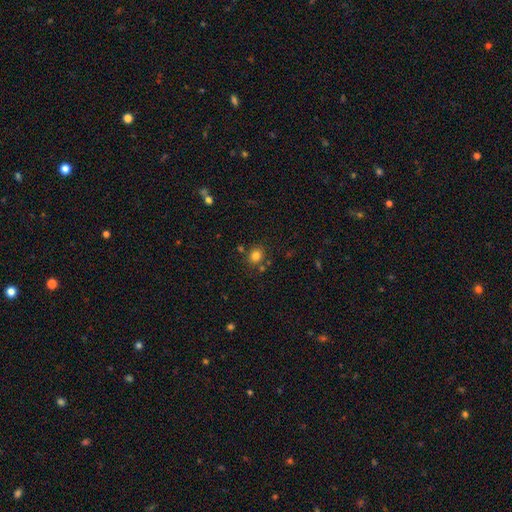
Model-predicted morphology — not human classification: Smooth or featured? smooth (80%)
How rounded? round (69%)
Merging? none (77%)